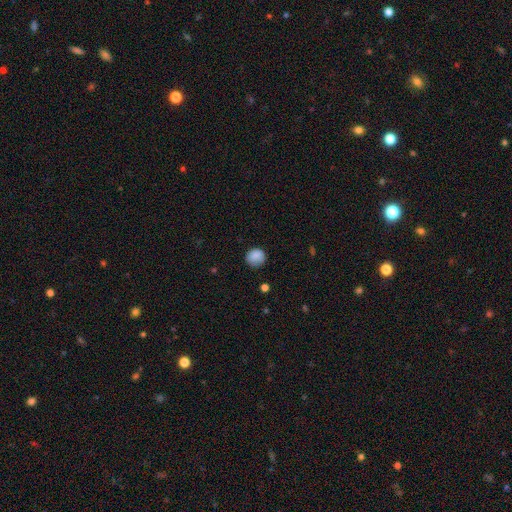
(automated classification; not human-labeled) Overall: smooth (85%). How rounded: round (85%). Merging: none (76%).